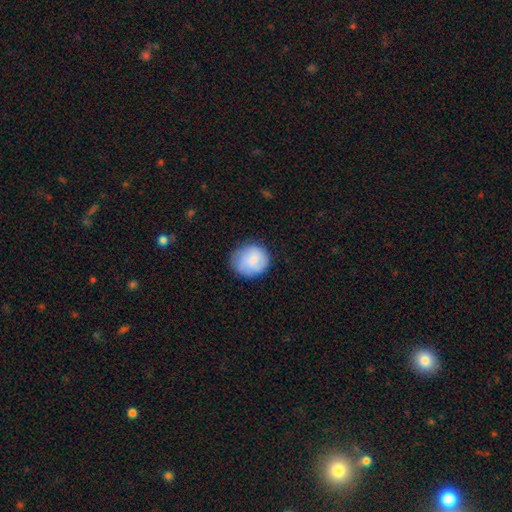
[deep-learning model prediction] This is likely a smooth galaxy (77%). How rounded: likely round (80%). Merging: likely none (73%).